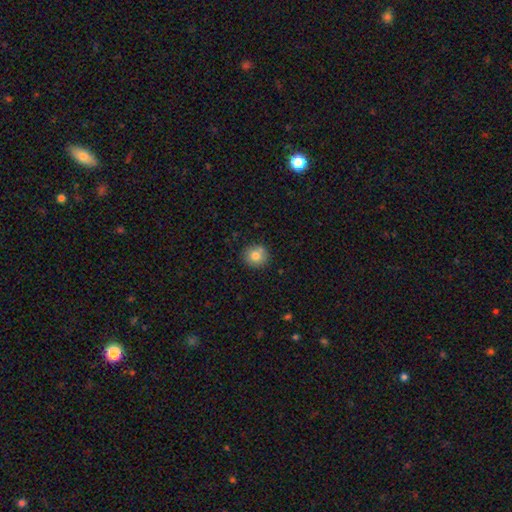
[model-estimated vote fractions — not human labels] smooth_or_featured: smooth (p=0.79) [alt: featured or disk p=0.11]
how_rounded: round (p=0.91) [alt: in between p=0.08]
merging: none (p=0.81) [alt: minor disturbance p=0.10]